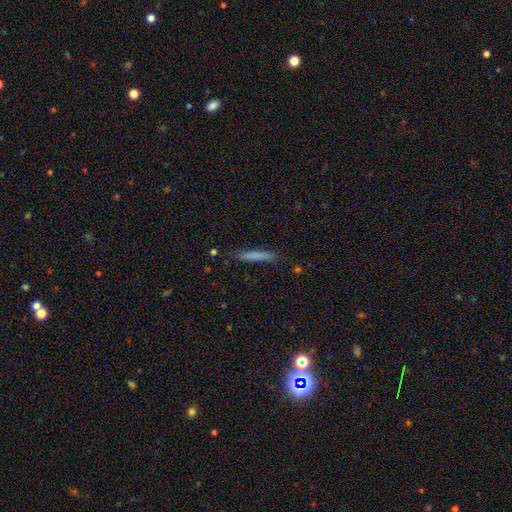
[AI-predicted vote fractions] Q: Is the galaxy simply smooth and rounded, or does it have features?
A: smooth — 76%.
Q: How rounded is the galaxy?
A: cigar-shaped — 95%.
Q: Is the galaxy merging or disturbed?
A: none — 84%.